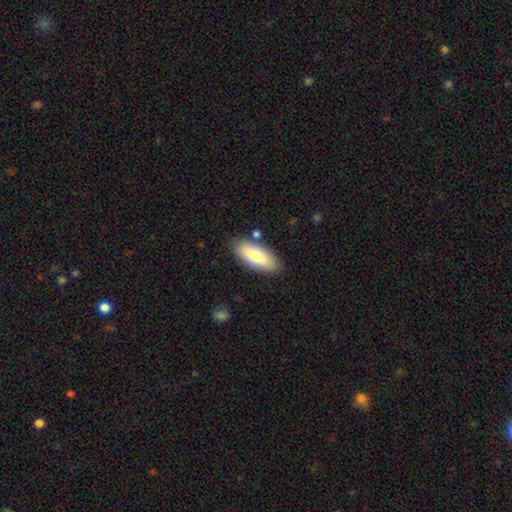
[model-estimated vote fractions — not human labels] Morphology: type=smooth (75%); roundness=in between (83%); merging=none (82%).